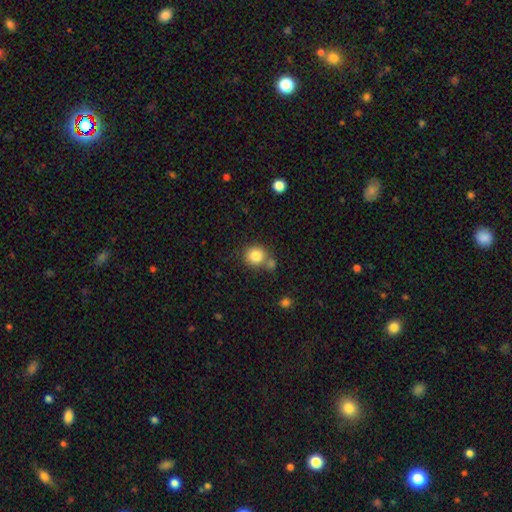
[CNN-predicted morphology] Q: Smooth or featured?
A: smooth (82%); runner-up: star or artifact (10%)
Q: How rounded?
A: round (88%); runner-up: in between (11%)
Q: Merging?
A: none (63%); runner-up: merger (23%)